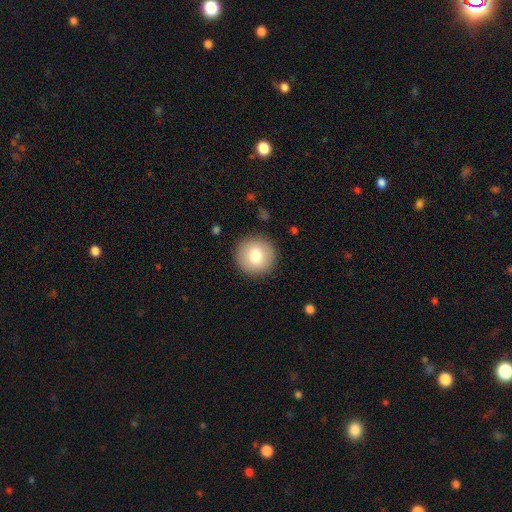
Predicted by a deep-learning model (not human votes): The model was most divided on "smooth or featured": smooth: 78%, featured or disk: 14%, star or artifact: 8%. More confident: how rounded — round (95%); merging — none (91%).